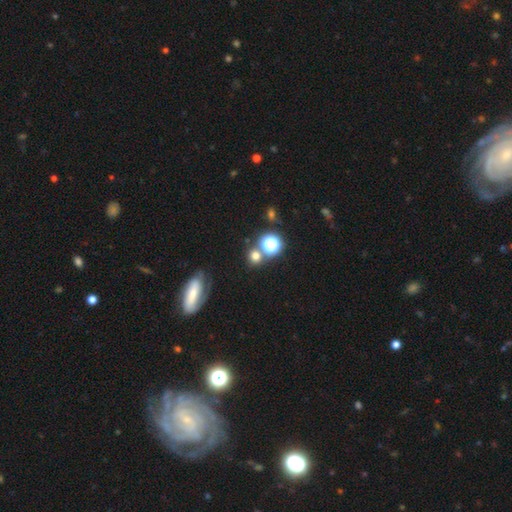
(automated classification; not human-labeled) Smooth or featured?
  - smooth: 67% *
  - star or artifact: 24%
  - featured or disk: 8%
How rounded?
  - round: 85% *
  - in between: 14%
  - cigar-shaped: 1%
Merging?
  - none: 70% *
  - merger: 17%
  - minor disturbance: 9%
  - major disturbance: 4%